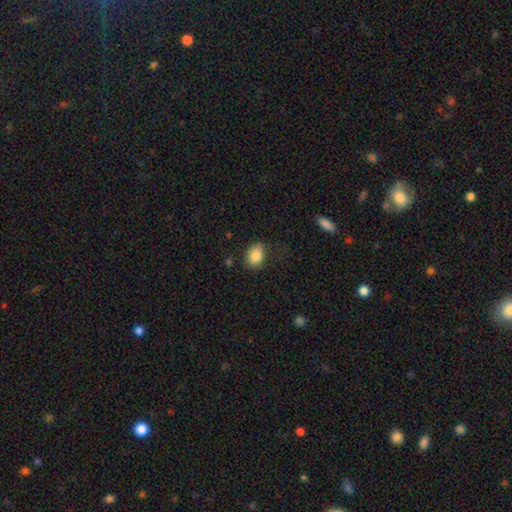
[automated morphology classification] The model was most divided on "how rounded": in between: 67%, round: 32%, cigar-shaped: 1%. More confident: smooth or featured — smooth (86%); merging — none (71%).